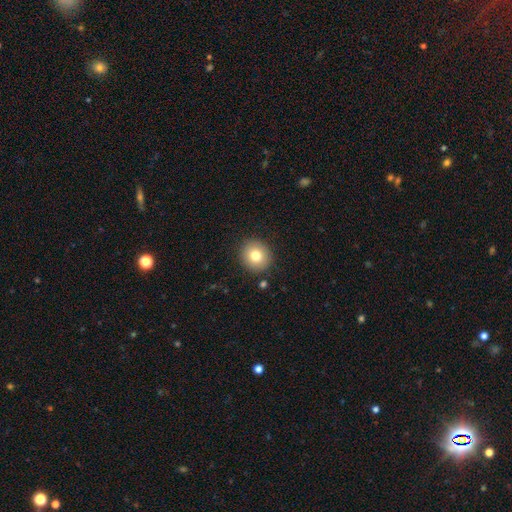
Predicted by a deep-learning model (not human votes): smooth_or_featured: smooth (p=0.78) [alt: featured or disk p=0.12]
how_rounded: round (p=0.88) [alt: in between p=0.11]
merging: none (p=0.89) [alt: minor disturbance p=0.07]